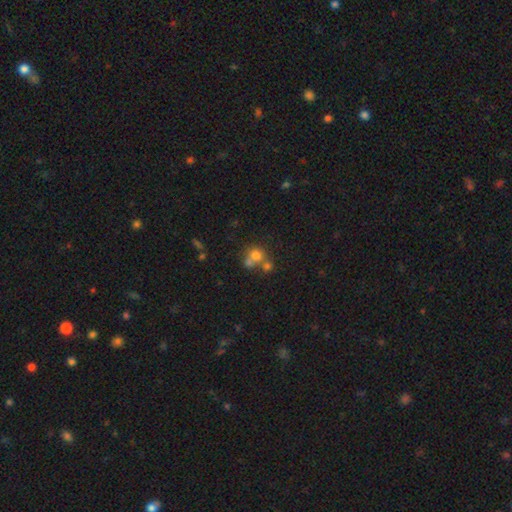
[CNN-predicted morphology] A smooth galaxy with no disk features (69%) that is round (79%). Merging: merger (46%).